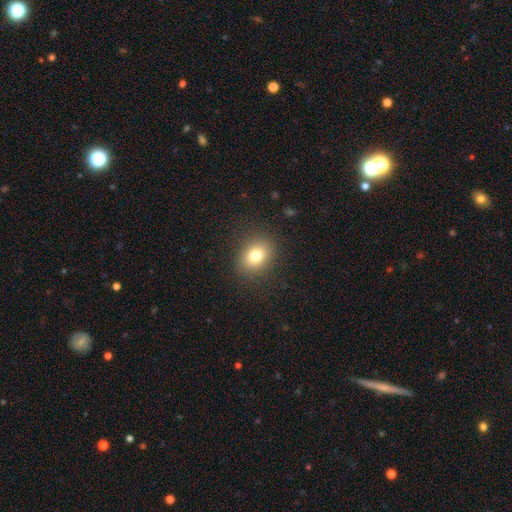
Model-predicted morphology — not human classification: The model was most divided on "how rounded": in between: 55%, round: 44%, cigar-shaped: 1%. More confident: merging — none (87%); smooth or featured — smooth (79%).